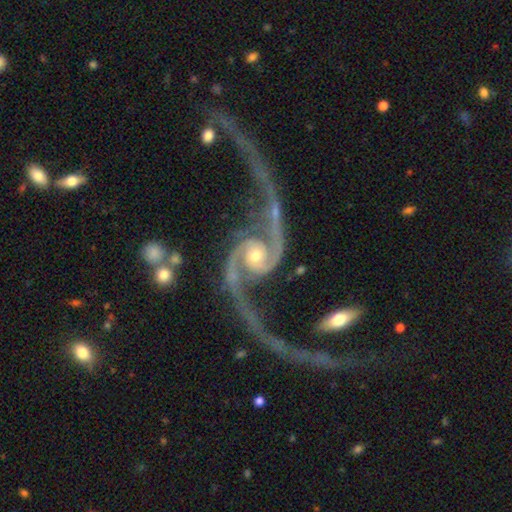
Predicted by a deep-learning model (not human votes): smooth-or-featured: featured or disk: 94% | star or artifact: 3% | smooth: 2%
  disk-edge-on: no: 98% | yes: 2%
    bar: no: 61% | weak: 27% | strong: 12%
    has-spiral-arms: yes: 98% | no: 2%
      spiral-winding: loose: 57% | medium: 31% | tight: 12%
      spiral-arm-count: 2: 94% | can't tell: 1% | 3: 1% | 1: 1% | 4: 1% | more than 4: 1%
    bulge-size: moderate: 57% | small: 37% | large: 3% | none: 2% | dominant: 1%
  merging: none: 45% | major disturbance: 27% | minor disturbance: 17% | merger: 11%